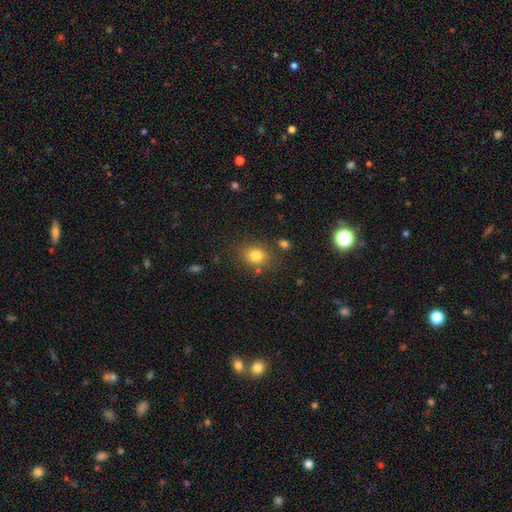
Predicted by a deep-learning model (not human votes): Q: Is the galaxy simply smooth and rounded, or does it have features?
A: smooth — 81%.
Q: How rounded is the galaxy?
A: round — 64%.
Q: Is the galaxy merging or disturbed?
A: none — 79%.